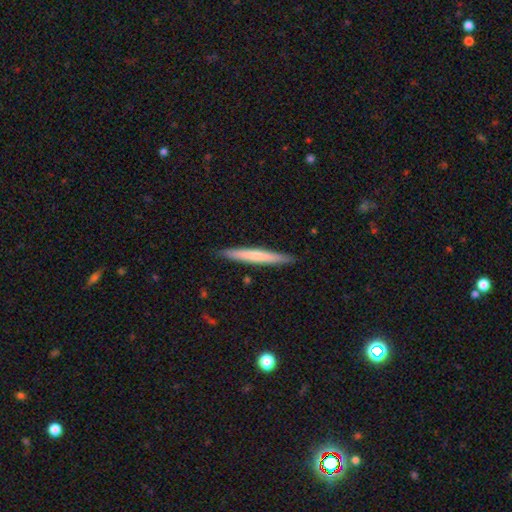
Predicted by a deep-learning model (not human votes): This appears to be a smooth galaxy with no disk features (62%) that is cigar-shaped (96%). Merging: none (91%).